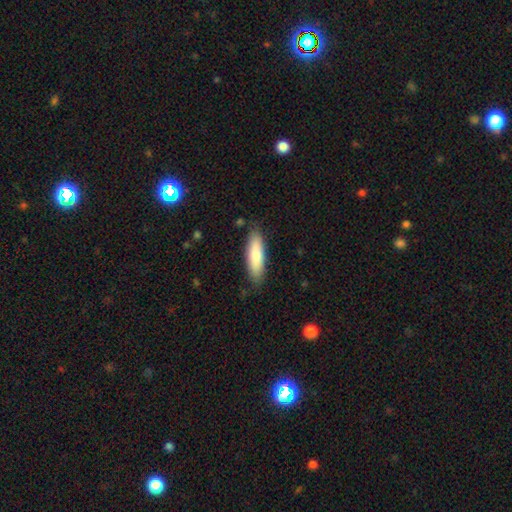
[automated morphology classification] type=smooth (78%); roundness=cigar-shaped (52%); merging=none (83%).